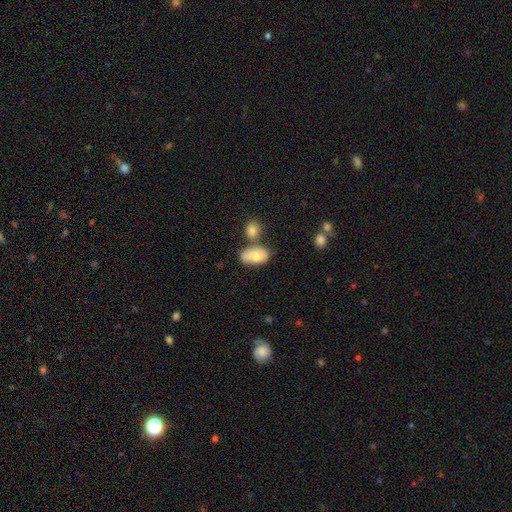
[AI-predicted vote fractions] Smooth or featured? Predicted: smooth (p=0.71). How rounded? Predicted: in between (p=0.90). Merging? Predicted: none (p=0.44).